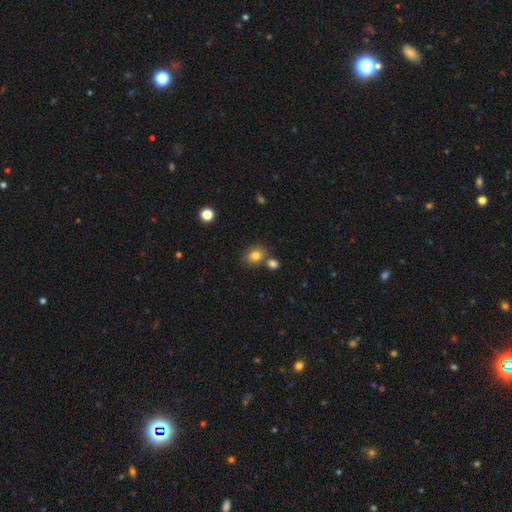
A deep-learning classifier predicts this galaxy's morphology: This appears to be a smooth galaxy with no disk features (81%) that is round (54%). Merging: none (68%).